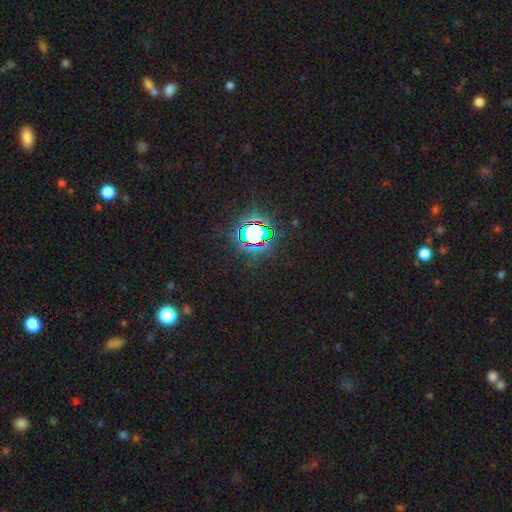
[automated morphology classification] type=star or artifact (81%).